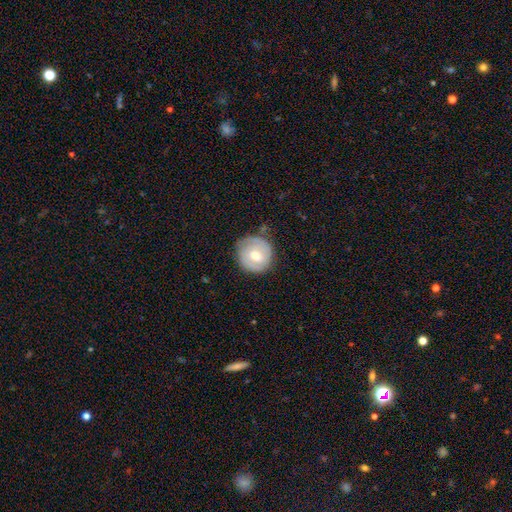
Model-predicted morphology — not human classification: Smooth or featured? Predicted: featured or disk (p=0.54). Edge-on disk? Predicted: no (p=0.97). Bar? Predicted: no (p=0.46). Spiral arms? Predicted: yes (p=0.75). Bulge size? Predicted: moderate (p=0.70). Merging? Predicted: none (p=0.77).